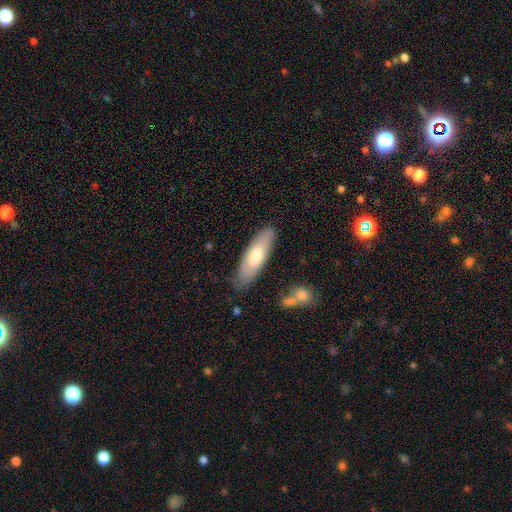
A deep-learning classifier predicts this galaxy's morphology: type=smooth (68%); roundness=cigar-shaped (50%); merging=none (81%).